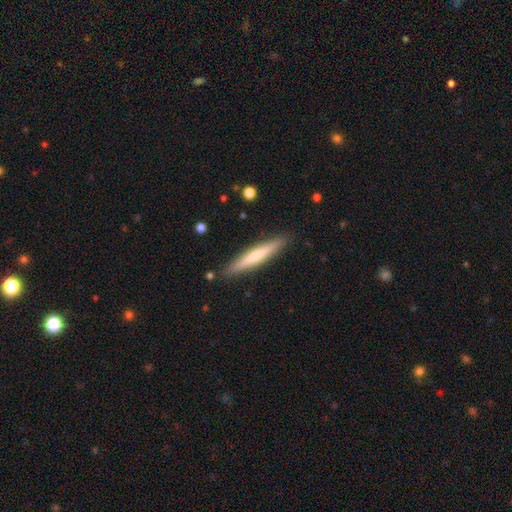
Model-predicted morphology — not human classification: smooth-or-featured: smooth: 60% | featured or disk: 35% | star or artifact: 5%
  how-rounded: cigar-shaped: 93% | in between: 5% | round: 1%
  merging: none: 89% | minor disturbance: 8% | major disturbance: 2% | merger: 1%